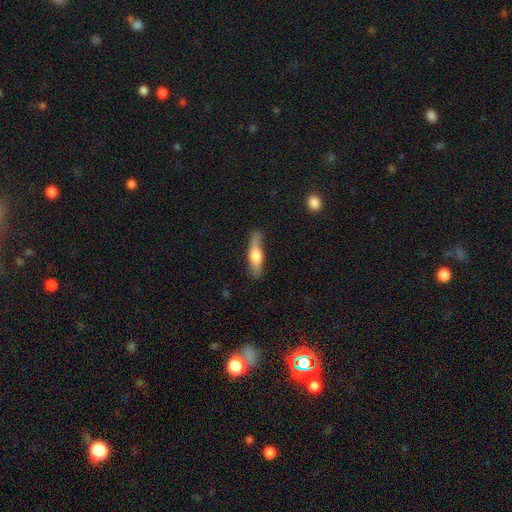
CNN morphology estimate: Smooth or featured? smooth (52%)
How rounded? cigar-shaped (72%)
Merging? none (78%)